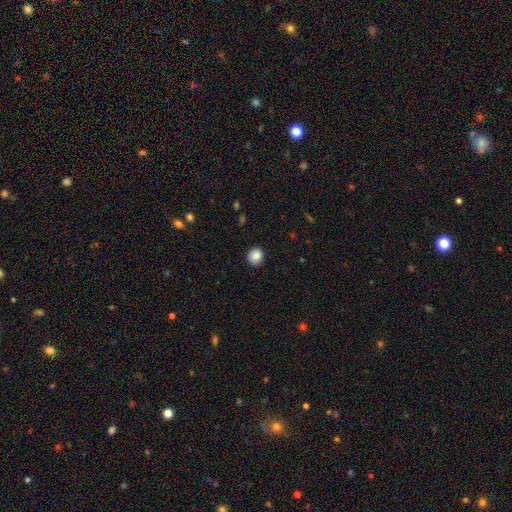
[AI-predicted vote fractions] Smooth or featured?
  - smooth: 87% *
  - star or artifact: 9%
  - featured or disk: 4%
How rounded?
  - round: 83% *
  - in between: 16%
  - cigar-shaped: 1%
Merging?
  - none: 88% *
  - minor disturbance: 9%
  - major disturbance: 2%
  - merger: 1%